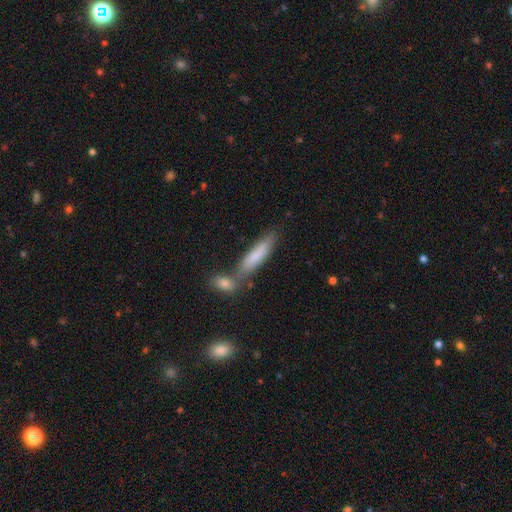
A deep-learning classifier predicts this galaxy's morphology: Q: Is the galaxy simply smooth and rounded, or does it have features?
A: smooth — 74%.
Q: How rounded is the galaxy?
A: cigar-shaped — 80%.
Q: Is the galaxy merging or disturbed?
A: none — 58%.